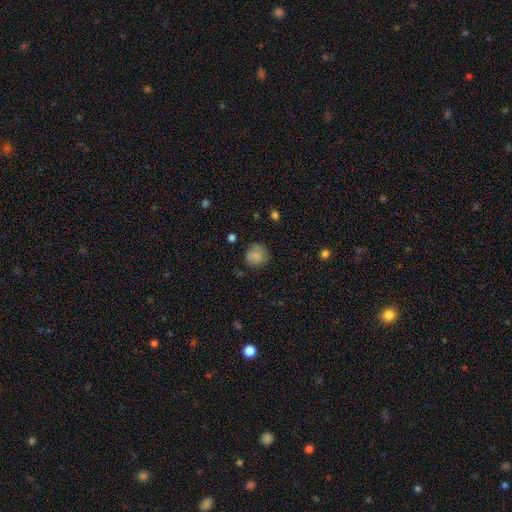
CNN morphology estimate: Smooth or featured: smooth — 84% (star or artifact — 10%)
How rounded: round — 84% (in between — 15%)
Merging: none — 77% (minor disturbance — 17%)